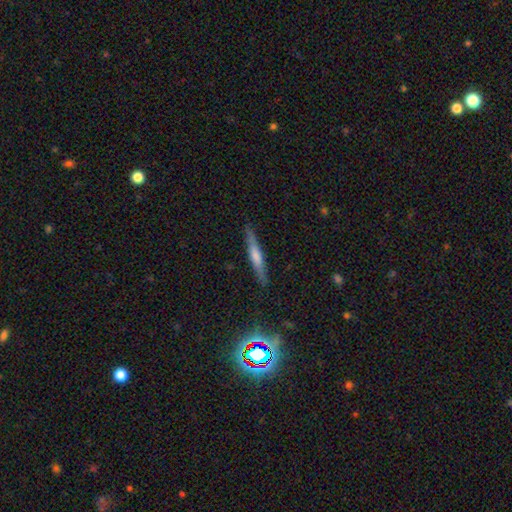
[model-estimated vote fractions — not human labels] featured or disk 57%, smooth 27%, star or artifact 16%. Down the decision tree: edge-on disk — yes (96%); edge-on bulge — rounded (76%); merging — none (88%).